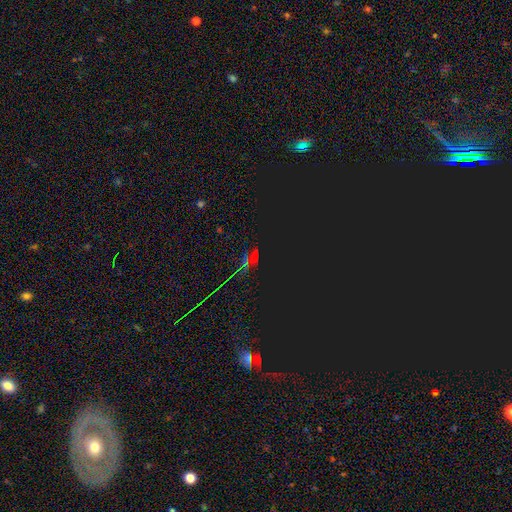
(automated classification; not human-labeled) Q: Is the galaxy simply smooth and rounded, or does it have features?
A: star or artifact — 80%.